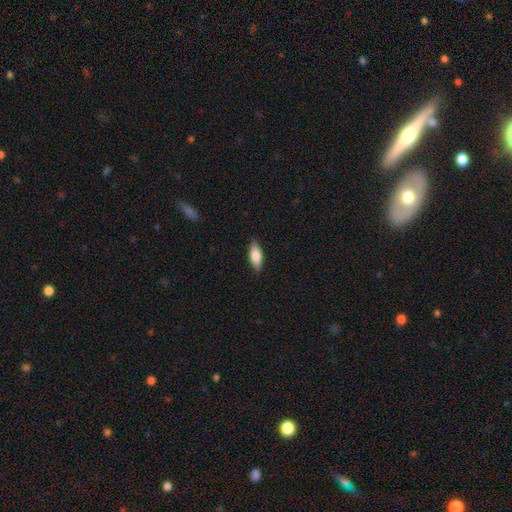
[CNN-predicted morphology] This is likely a smooth galaxy (78%). How rounded: likely in between (70%). Merging: clearly none (87%).